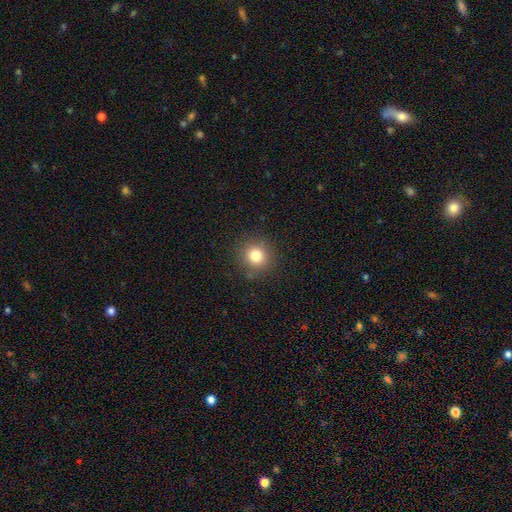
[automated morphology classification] type=smooth (80%); roundness=round (90%); merging=none (88%).